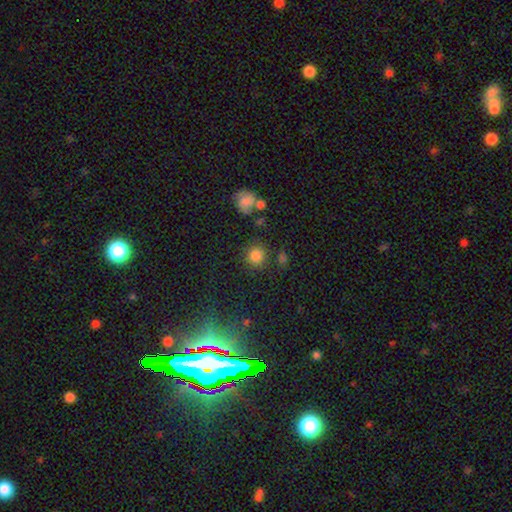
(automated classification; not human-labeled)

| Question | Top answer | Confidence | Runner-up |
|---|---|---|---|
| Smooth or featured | smooth | 82% | star or artifact (12%) |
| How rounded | round | 89% | in between (10%) |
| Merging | none | 79% | minor disturbance (11%) |